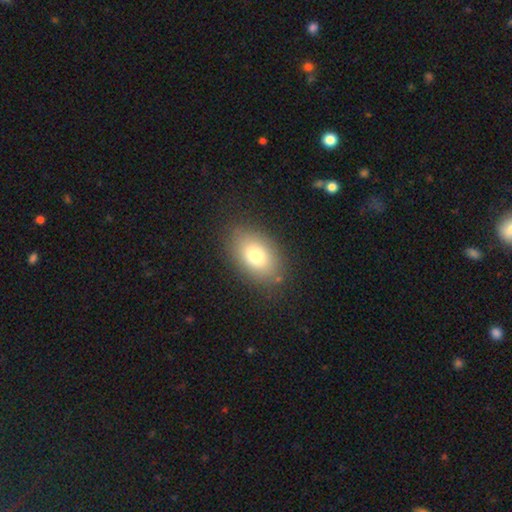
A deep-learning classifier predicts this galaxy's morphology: smooth_or_featured: smooth (p=0.75) [alt: featured or disk p=0.14]
how_rounded: in between (p=0.83) [alt: round p=0.16]
merging: none (p=0.82) [alt: minor disturbance p=0.12]